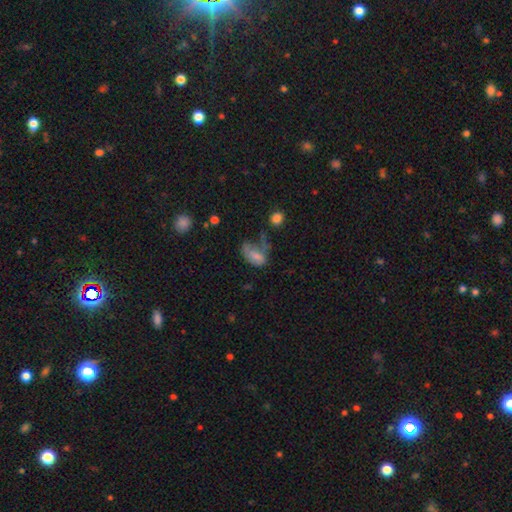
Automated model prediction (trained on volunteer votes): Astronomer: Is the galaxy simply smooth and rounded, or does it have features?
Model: smooth — 67%.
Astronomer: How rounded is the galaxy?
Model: in between — 89%.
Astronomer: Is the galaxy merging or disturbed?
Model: major disturbance — 40% (runner-up: minor disturbance, 25%).